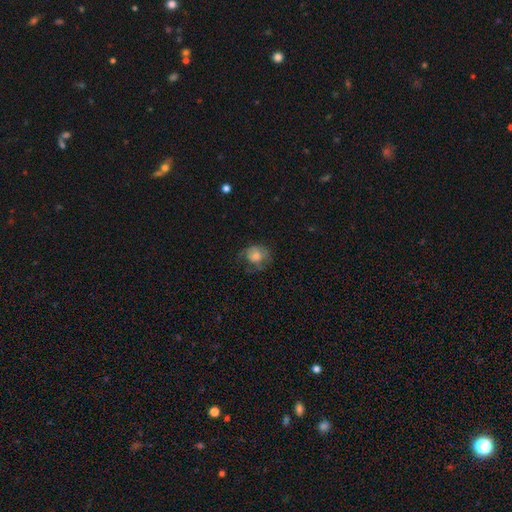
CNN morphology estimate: Smooth or featured?
  - smooth: 64% *
  - featured or disk: 26%
  - star or artifact: 10%
How rounded?
  - round: 63% *
  - in between: 36%
  - cigar-shaped: 1%
Merging?
  - none: 46% *
  - major disturbance: 26%
  - minor disturbance: 26%
  - merger: 2%